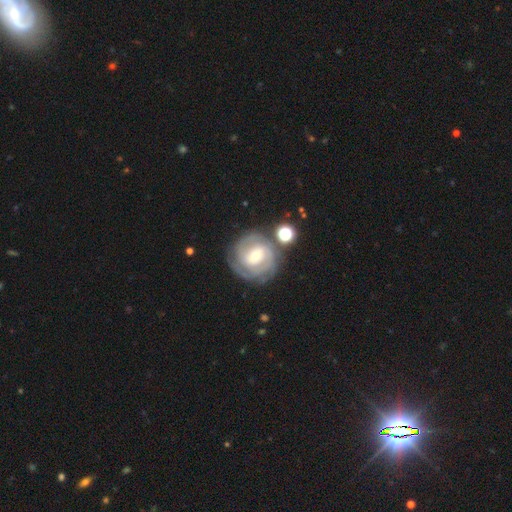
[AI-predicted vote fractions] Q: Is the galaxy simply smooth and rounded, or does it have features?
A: featured or disk — 80%.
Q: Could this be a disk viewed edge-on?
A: no — 97%.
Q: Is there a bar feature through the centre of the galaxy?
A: weak — 45%.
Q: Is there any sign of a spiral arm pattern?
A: yes — 93%.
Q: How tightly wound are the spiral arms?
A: tight — 68%.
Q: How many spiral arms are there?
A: can't tell — 32%.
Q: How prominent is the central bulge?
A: moderate — 54%.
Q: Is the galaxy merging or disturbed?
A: none — 72%.